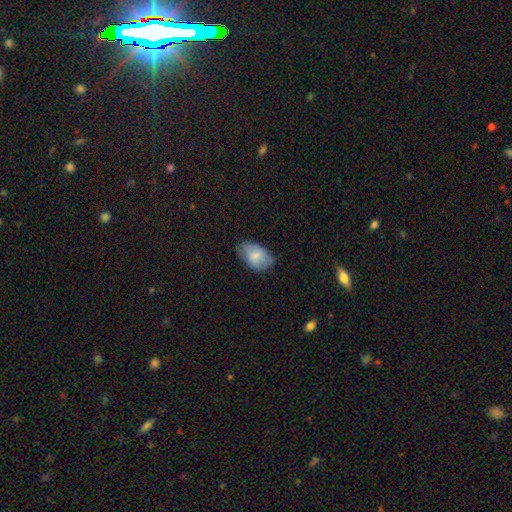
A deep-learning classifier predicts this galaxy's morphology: Smooth or featured? Predicted: smooth (p=0.73). How rounded? Predicted: in between (p=0.89). Merging? Predicted: none (p=0.62).